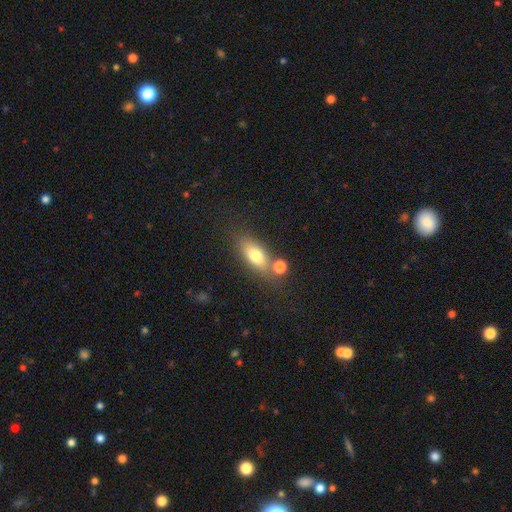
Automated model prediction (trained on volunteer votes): Smooth or featured?
  - smooth: 73% *
  - featured or disk: 18%
  - star or artifact: 9%
How rounded?
  - in between: 74% *
  - cigar-shaped: 17%
  - round: 8%
Merging?
  - none: 59% *
  - merger: 23%
  - minor disturbance: 14%
  - major disturbance: 5%